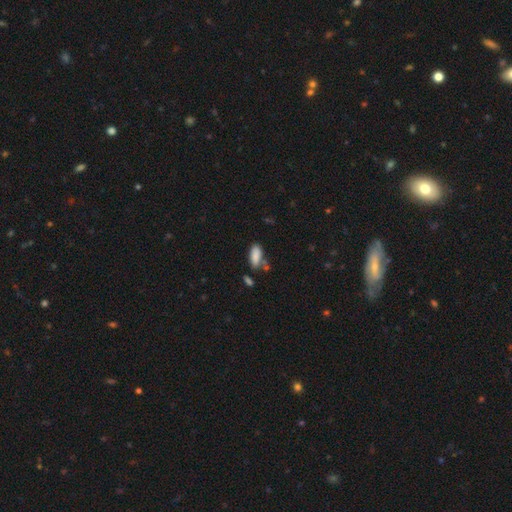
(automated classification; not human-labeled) A smooth galaxy with no disk features (87%) that is in between round and cigar-shaped (84%).

Vote fractions:
- Smooth or featured? smooth: 87% / star or artifact: 8% / featured or disk: 6%
- How rounded? in between: 84% / cigar-shaped: 14% / round: 2%
- Merging? none: 61% / minor disturbance: 20% / merger: 14% / major disturbance: 6%